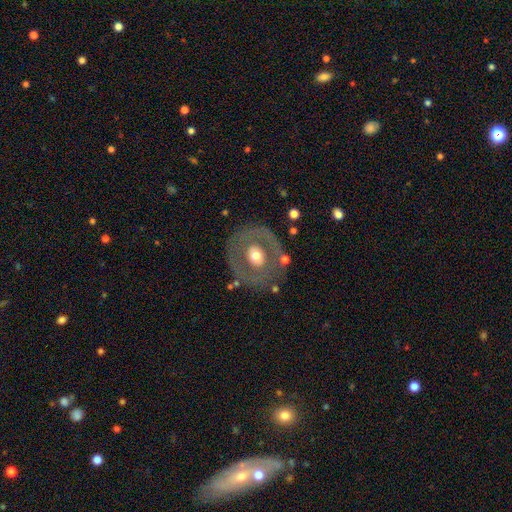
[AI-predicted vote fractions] Q: Smooth or featured?
A: featured or disk (55%); runner-up: smooth (39%)
Q: Edge-on disk?
A: no (94%); runner-up: yes (6%)
Q: Bar?
A: no (79%); runner-up: weak (14%)
Q: Spiral arms?
A: no (87%); runner-up: yes (13%)
Q: Bulge size?
A: moderate (64%); runner-up: large (23%)
Q: Merging?
A: none (76%); runner-up: minor disturbance (13%)